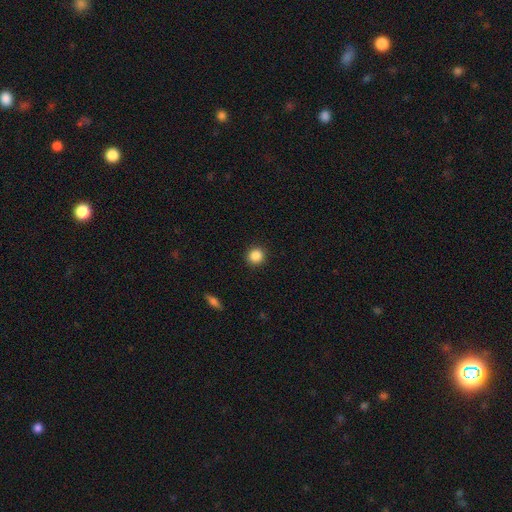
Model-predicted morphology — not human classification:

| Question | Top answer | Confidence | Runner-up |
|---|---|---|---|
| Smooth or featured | smooth | 86% | star or artifact (10%) |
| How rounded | round | 91% | in between (8%) |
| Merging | none | 92% | minor disturbance (5%) |